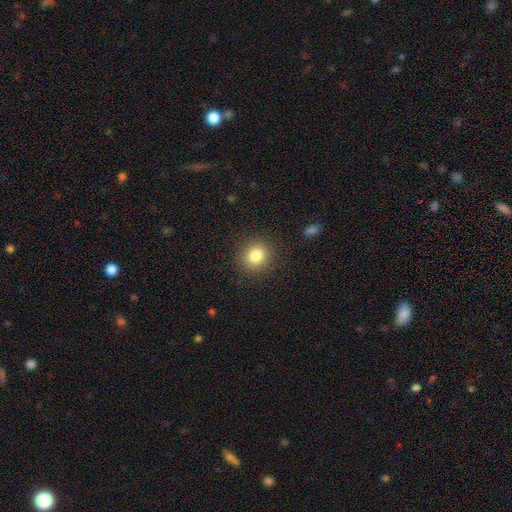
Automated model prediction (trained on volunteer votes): The model was most divided on "how rounded": round: 82%, in between: 17%, cigar-shaped: 1%. More confident: merging — none (89%); smooth or featured — smooth (83%).